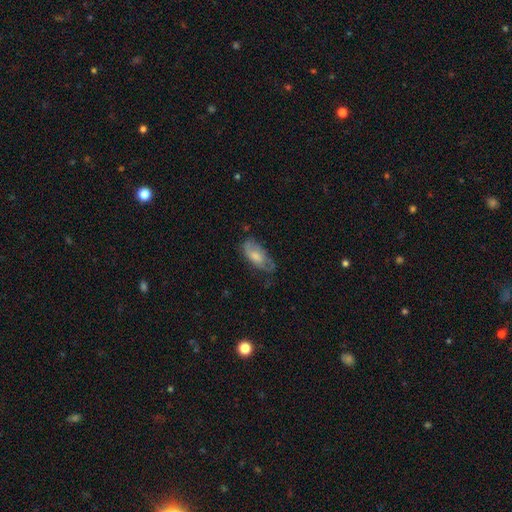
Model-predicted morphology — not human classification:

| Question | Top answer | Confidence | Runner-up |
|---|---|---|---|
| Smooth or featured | smooth | 65% | featured or disk (29%) |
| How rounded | in between | 87% | cigar-shaped (11%) |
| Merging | none | 48% | minor disturbance (35%) |